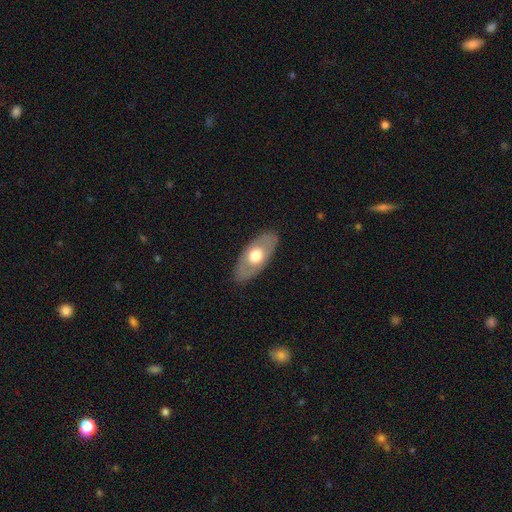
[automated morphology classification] A smooth galaxy with no disk features (51%) that is in between round and cigar-shaped (89%).

Vote fractions:
- Smooth or featured? smooth: 51% / featured or disk: 44% / star or artifact: 5%
- How rounded? in between: 89% / cigar-shaped: 6% / round: 5%
- Merging? none: 85% / minor disturbance: 11% / major disturbance: 3% / merger: 1%